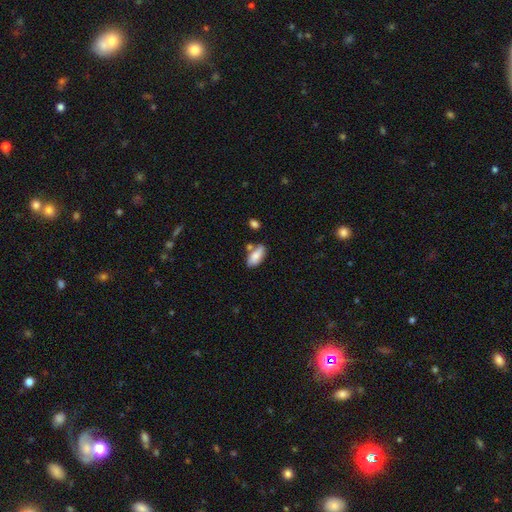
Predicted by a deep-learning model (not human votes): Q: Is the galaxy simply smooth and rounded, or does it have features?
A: smooth — 81%.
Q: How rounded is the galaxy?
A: in between — 86%.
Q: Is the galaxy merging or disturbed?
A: none — 62%.